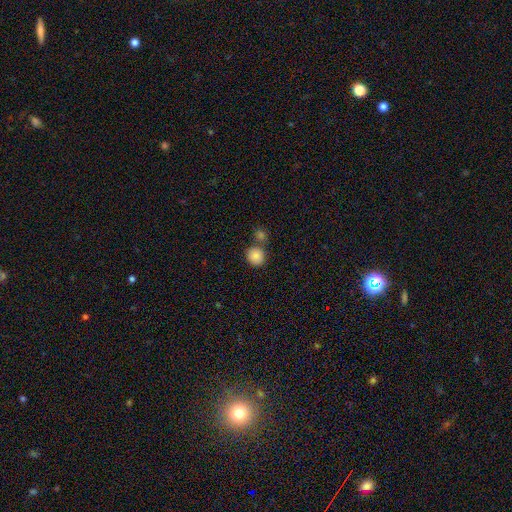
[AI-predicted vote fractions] Smooth or featured? Predicted: smooth (p=0.84). How rounded? Predicted: round (p=0.88). Merging? Predicted: none (p=0.64).